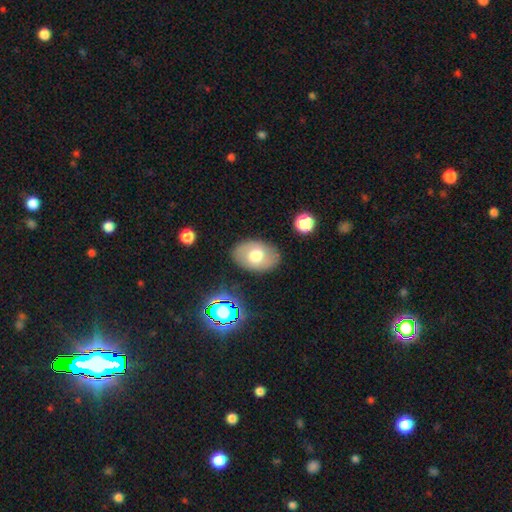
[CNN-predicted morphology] Smooth or featured? smooth (64%)
How rounded? in between (84%)
Merging? none (83%)